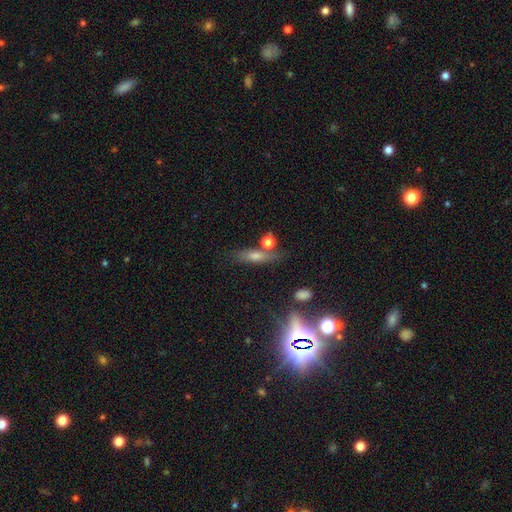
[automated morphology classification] Smooth or featured? smooth (51%)
How rounded? cigar-shaped (59%)
Merging? none (63%)